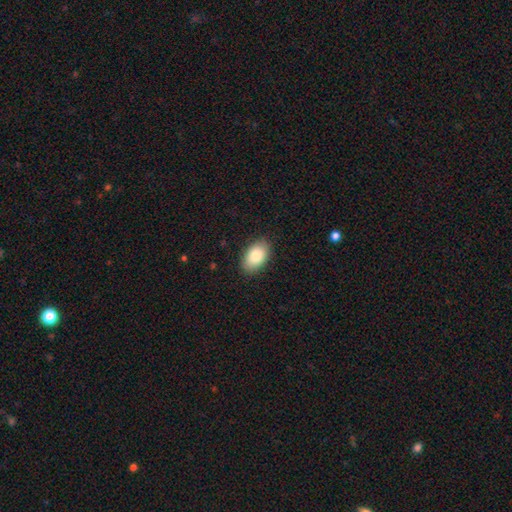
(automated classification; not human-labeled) smooth-or-featured: smooth: 85% | featured or disk: 8% | star or artifact: 7%
  how-rounded: in between: 93% | round: 6% | cigar-shaped: 1%
  merging: none: 87% | minor disturbance: 10% | major disturbance: 2% | merger: 1%